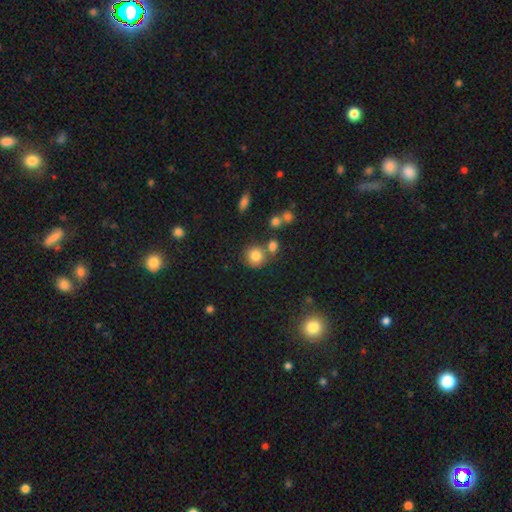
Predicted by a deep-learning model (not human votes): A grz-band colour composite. It shows a smooth galaxy with no disk features (80%) that is round (88%). Merging: none (67%).